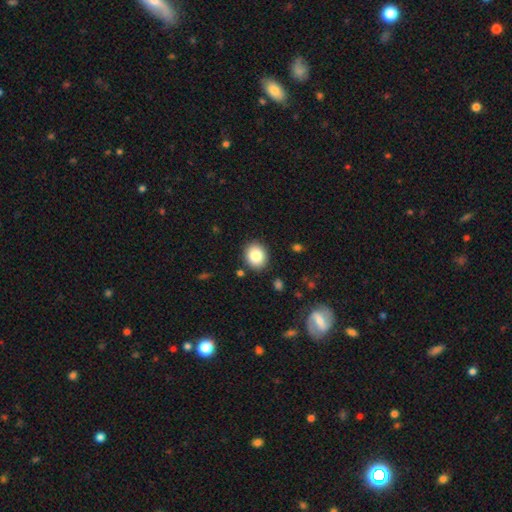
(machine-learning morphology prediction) This is clearly a smooth galaxy (83%). How rounded: likely round (64%). Merging: clearly none (88%).